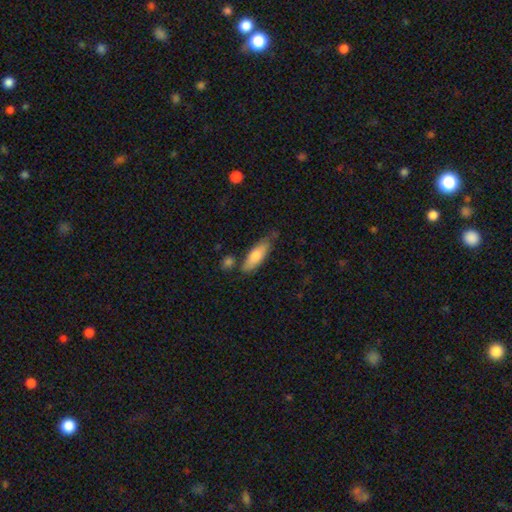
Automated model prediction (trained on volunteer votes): smooth-or-featured: smooth: 72% | featured or disk: 23% | star or artifact: 6%
  how-rounded: in between: 51% | cigar-shaped: 47% | round: 2%
  merging: none: 67% | minor disturbance: 21% | merger: 7% | major disturbance: 4%